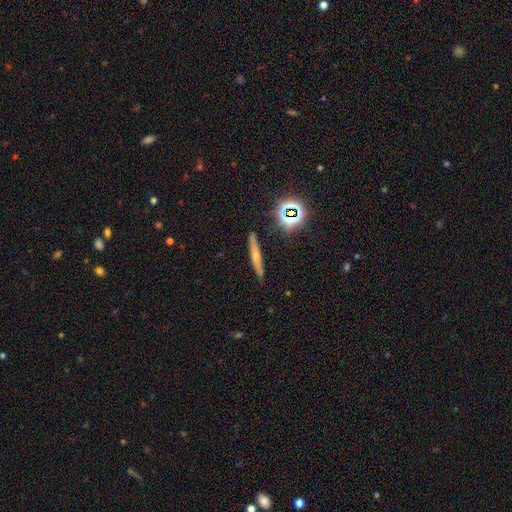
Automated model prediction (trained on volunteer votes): Smooth or featured? Predicted: featured or disk (p=0.49). Merging? Predicted: none (p=0.88).